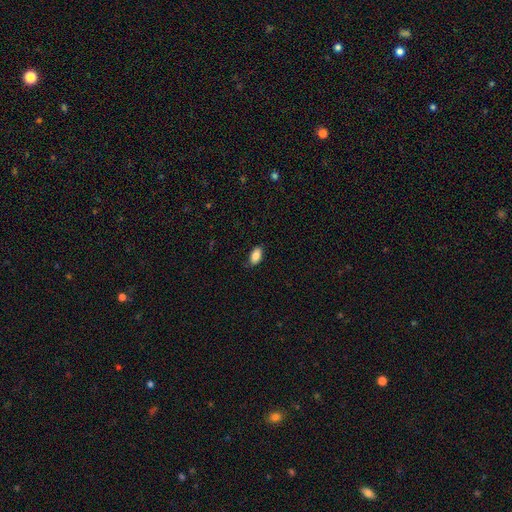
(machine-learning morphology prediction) smooth_or_featured: smooth (p=0.87) [alt: star or artifact p=0.07]
how_rounded: in between (p=0.93) [alt: round p=0.05]
merging: none (p=0.83) [alt: minor disturbance p=0.14]